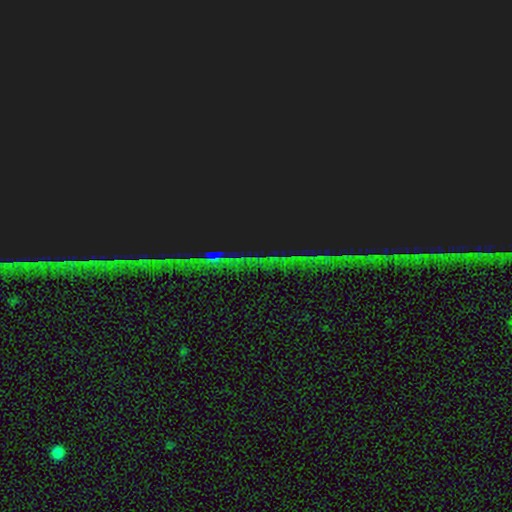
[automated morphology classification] A star or artifact, not a galaxy (86%).

Vote fractions:
- Smooth or featured? star or artifact: 86% / featured or disk: 7% / smooth: 7%